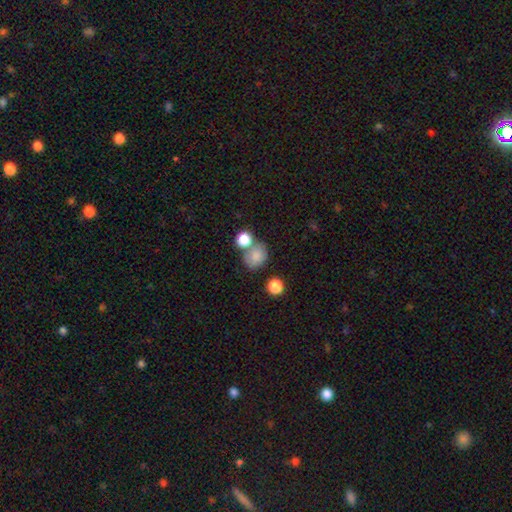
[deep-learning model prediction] This is clearly a smooth galaxy (81%). How rounded: possibly round (58%). Merging: possibly none (51%).